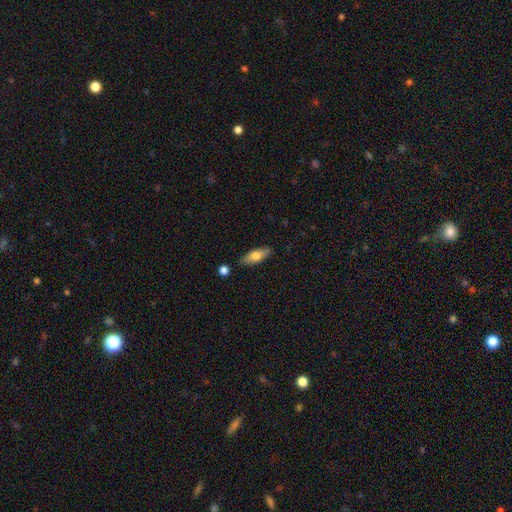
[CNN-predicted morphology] smooth-or-featured: smooth: 67% | featured or disk: 27% | star or artifact: 6%
  how-rounded: in between: 60% | cigar-shaped: 38% | round: 3%
  merging: none: 83% | minor disturbance: 11% | merger: 3% | major disturbance: 2%